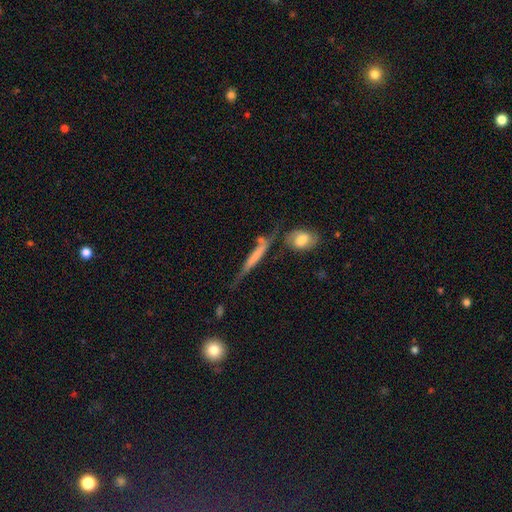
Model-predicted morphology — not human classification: A featured or disk galaxy (47%).

Vote fractions:
- Smooth or featured? featured or disk: 47% / smooth: 45% / star or artifact: 8%
- Merging? none: 51% / minor disturbance: 21% / merger: 18% / major disturbance: 10%